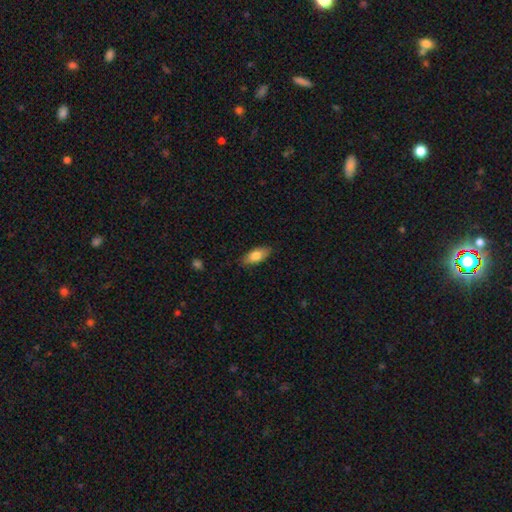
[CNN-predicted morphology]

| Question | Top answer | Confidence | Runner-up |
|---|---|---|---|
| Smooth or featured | smooth | 79% | featured or disk (14%) |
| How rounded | in between | 84% | cigar-shaped (14%) |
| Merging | none | 85% | minor disturbance (11%) |